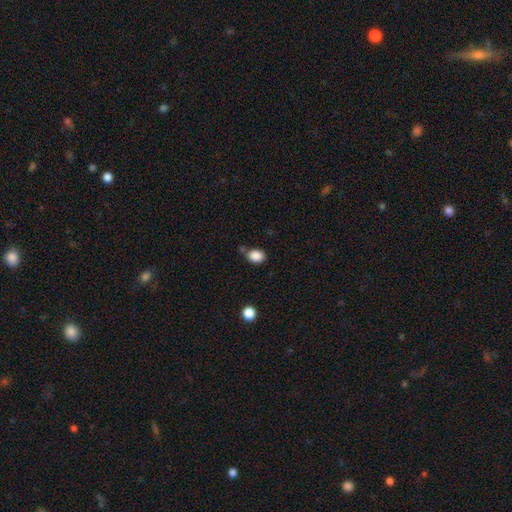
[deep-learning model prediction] smooth_or_featured: smooth (p=0.87) [alt: star or artifact p=0.09]
how_rounded: in between (p=0.58) [alt: round p=0.41]
merging: none (p=0.69) [alt: minor disturbance p=0.18]